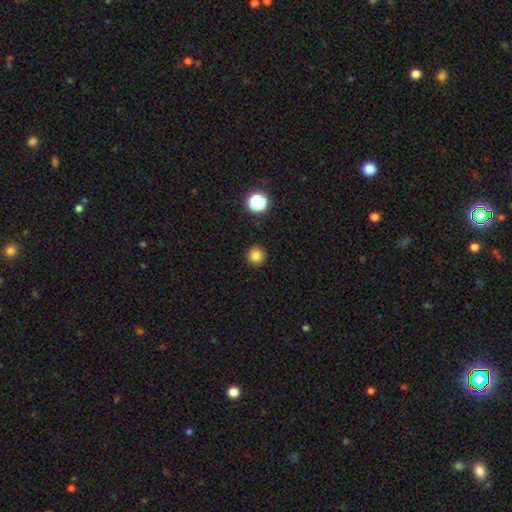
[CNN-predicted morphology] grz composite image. It shows a smooth galaxy with no disk features (82%) that is round (95%). Merging: none (93%).